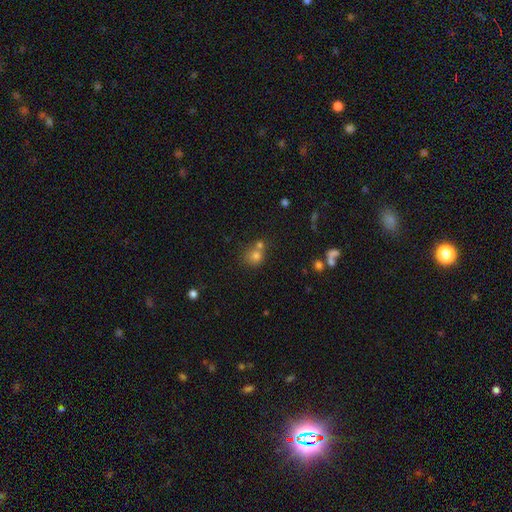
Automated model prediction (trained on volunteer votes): smooth-or-featured: smooth: 74% | star or artifact: 15% | featured or disk: 11%
  how-rounded: round: 80% | in between: 19% | cigar-shaped: 1%
  merging: none: 45% | merger: 42% | minor disturbance: 9% | major disturbance: 4%